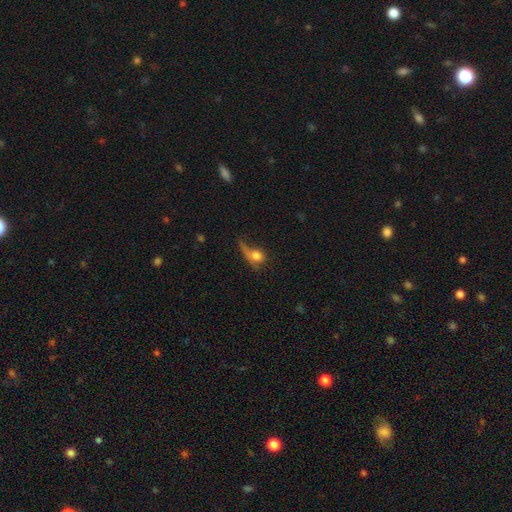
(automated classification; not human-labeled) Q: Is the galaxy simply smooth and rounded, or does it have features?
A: smooth — 65%.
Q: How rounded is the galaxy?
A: round — 50%.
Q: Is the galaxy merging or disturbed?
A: major disturbance — 43%.